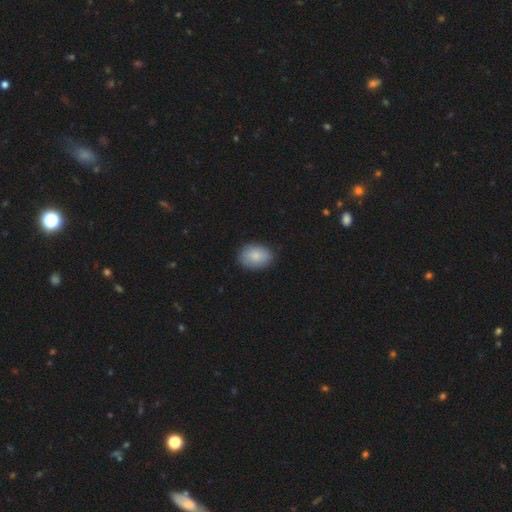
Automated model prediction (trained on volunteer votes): Smooth or featured?
  - smooth: 84% *
  - featured or disk: 10%
  - star or artifact: 6%
How rounded?
  - in between: 72% *
  - round: 27%
  - cigar-shaped: 1%
Merging?
  - none: 85% *
  - minor disturbance: 12%
  - major disturbance: 2%
  - merger: 1%